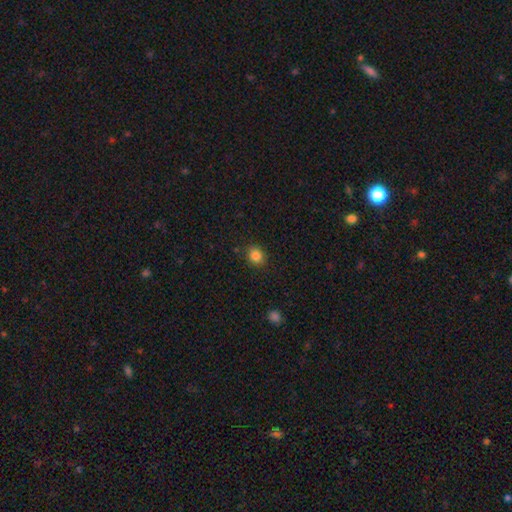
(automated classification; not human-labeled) Overall: smooth (84%). How rounded: round (75%). Merging: none (88%).